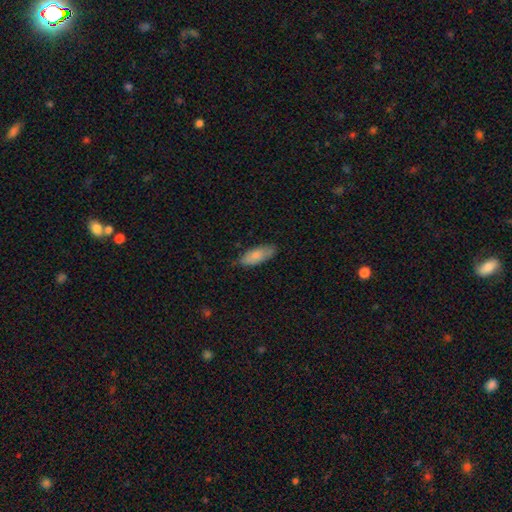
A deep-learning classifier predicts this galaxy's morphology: The model was most divided on "how rounded": in between: 77%, cigar-shaped: 21%, round: 2%. More confident: smooth or featured — smooth (81%); merging — none (77%).